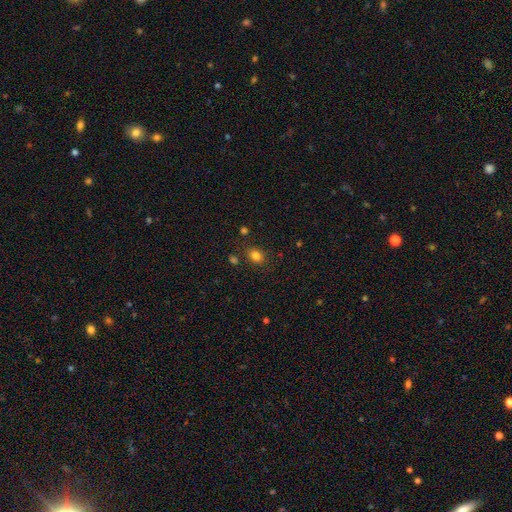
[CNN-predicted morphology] smooth 81%, star or artifact 13%, featured or disk 6%. Down the decision tree: how rounded — in between (58%); merging — none (81%).